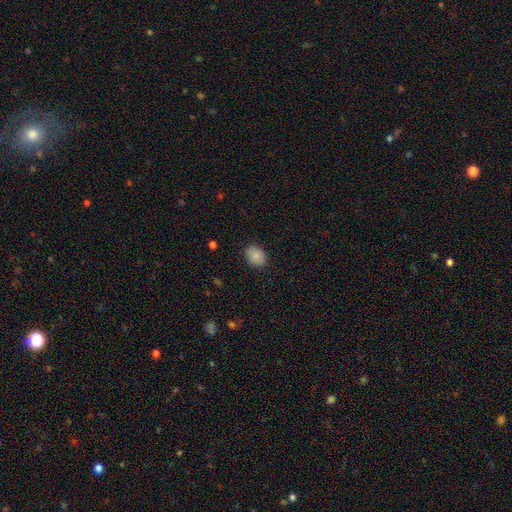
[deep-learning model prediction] Smooth or featured? Predicted: smooth (p=0.87). How rounded? Predicted: in between (p=0.65). Merging? Predicted: none (p=0.86).